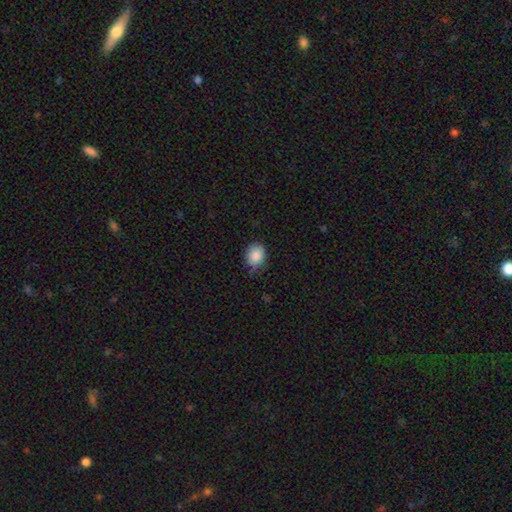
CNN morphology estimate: This is clearly a smooth galaxy (88%). How rounded: possibly in between (50%). Merging: likely none (70%).